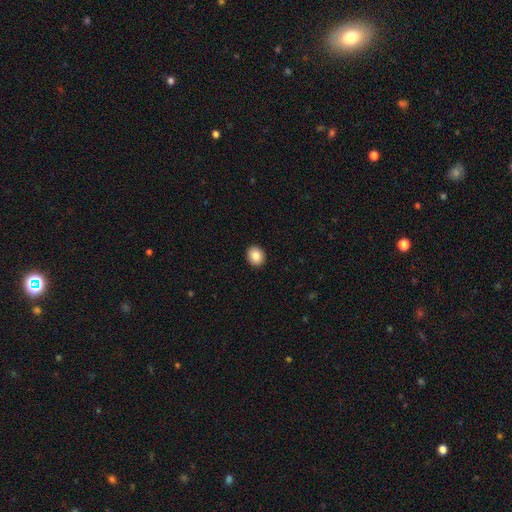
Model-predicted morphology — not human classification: Smooth or featured? smooth (86%)
How rounded? round (67%)
Merging? none (92%)